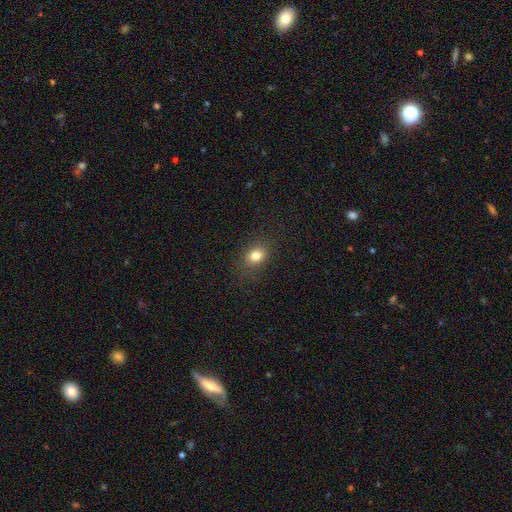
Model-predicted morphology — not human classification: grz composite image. It shows a smooth galaxy with no disk features (80%) that is round (49%, tied with in between). Merging: none (85%).